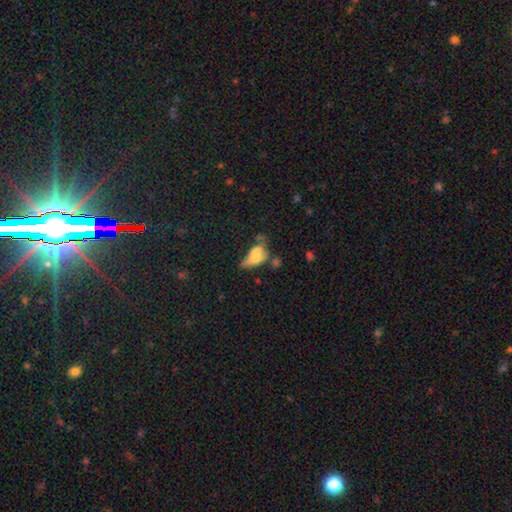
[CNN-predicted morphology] Smooth or featured? smooth (55%)
How rounded? in between (73%)
Merging? merger (51%)